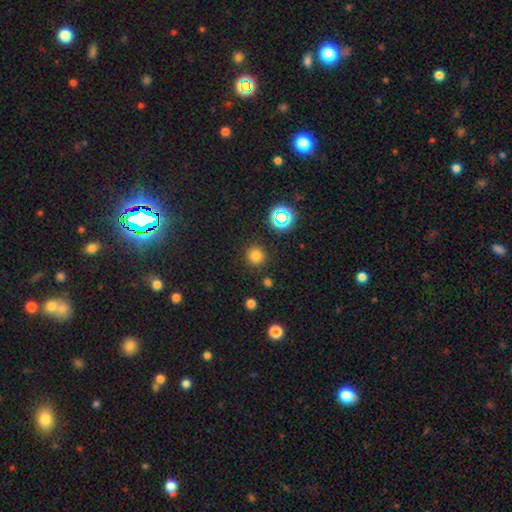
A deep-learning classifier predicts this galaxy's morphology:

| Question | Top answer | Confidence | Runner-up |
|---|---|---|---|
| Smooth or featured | smooth | 74% | star or artifact (21%) |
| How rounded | round | 94% | in between (5%) |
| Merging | none | 89% | minor disturbance (6%) |